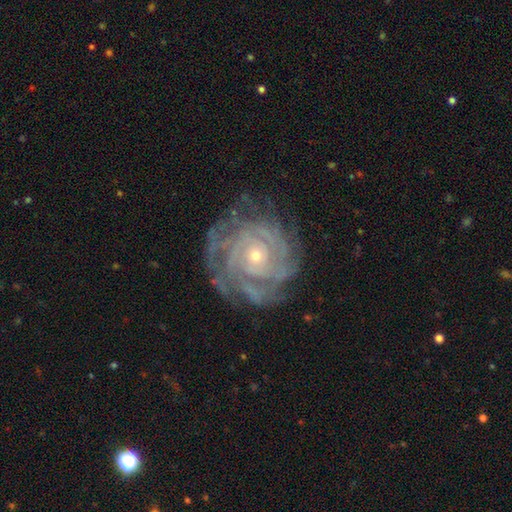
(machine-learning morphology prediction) Overall: featured or disk (86%). Edge-on disk: no (97%). Bar: no (78%). Spiral arms: yes (95%). Spiral arm count: can't tell (36%; 4 19%). Spiral winding: tight (79%). Bulge size: small (69%). Merging: none (74%).